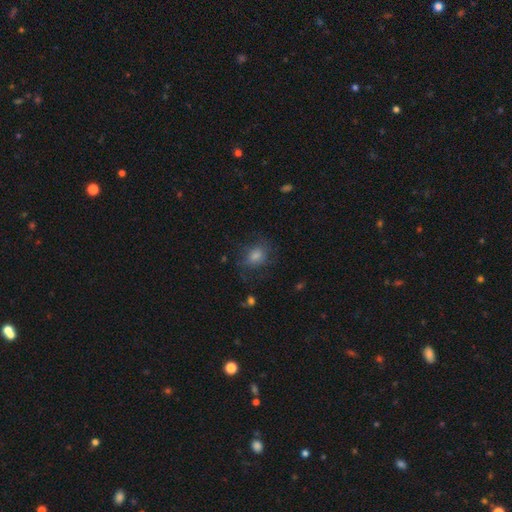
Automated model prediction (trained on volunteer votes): A smooth galaxy with no disk features (55%) that is round (62%). Merging: none (65%).